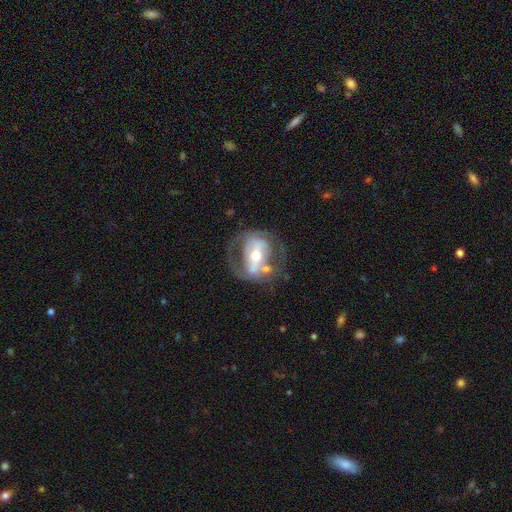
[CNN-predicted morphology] A featured or disk galaxy (77%) with a strong bar (56%), spiral arms (55%) and a moderate central bulge (63%).

Vote fractions:
- Smooth or featured? featured or disk: 77% / smooth: 17% / star or artifact: 6%
- Edge-on disk? no: 92% / yes: 8%
- Bar? strong: 56% / weak: 25% / no: 19%
- Spiral arms? yes: 55% / no: 45%
- Bulge size? moderate: 63% / small: 28% / large: 6% / dominant: 1% / none: 1%
- Merging? none: 52% / major disturbance: 20% / minor disturbance: 18% / merger: 10%